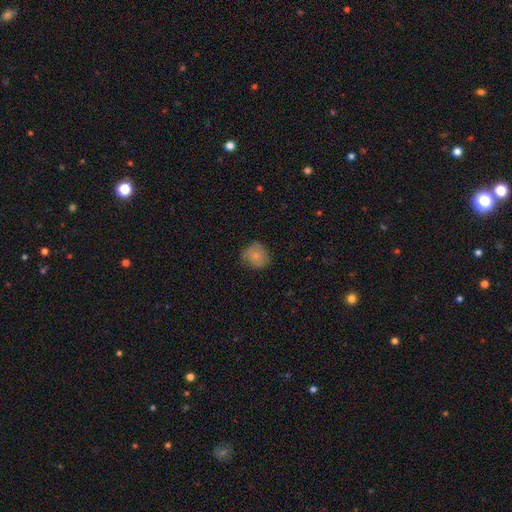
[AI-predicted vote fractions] A smooth galaxy with no disk features (77%) that is round (78%). Merging: none (61%).